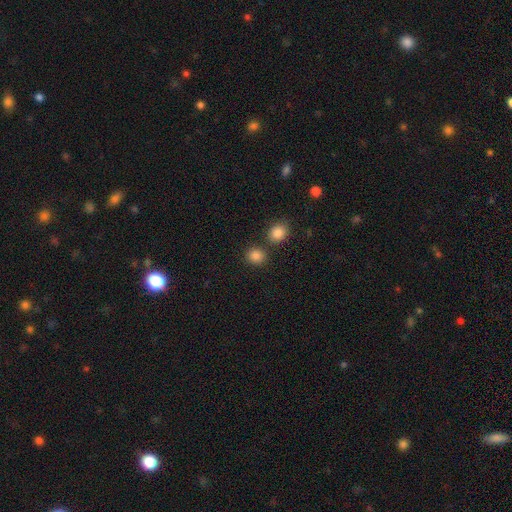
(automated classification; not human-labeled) A smooth galaxy with no disk features (85%) that is round (77%).

Vote fractions:
- Smooth or featured? smooth: 85% / star or artifact: 11% / featured or disk: 4%
- How rounded? round: 77% / in between: 22% / cigar-shaped: 1%
- Merging? none: 73% / merger: 16% / minor disturbance: 8% / major disturbance: 3%